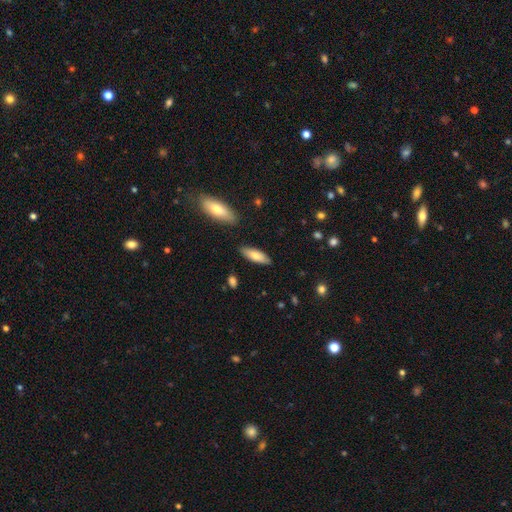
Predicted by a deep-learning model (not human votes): Overall: smooth (77%). How rounded: in between (66%; cigar-shaped 32%). Merging: none (84%).